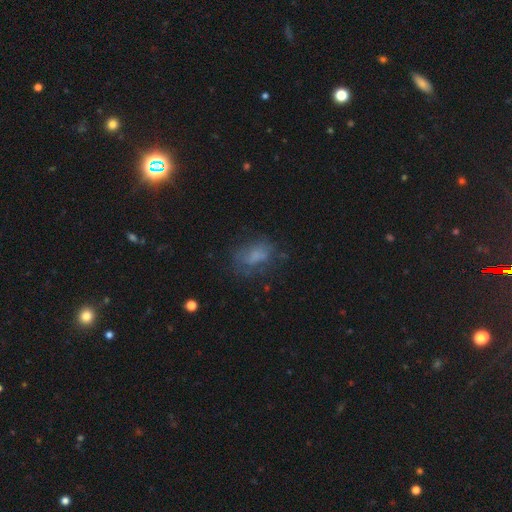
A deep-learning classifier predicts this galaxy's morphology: This is likely a smooth galaxy (60%). How rounded: clearly in between (81%). Merging: possibly none (55%).